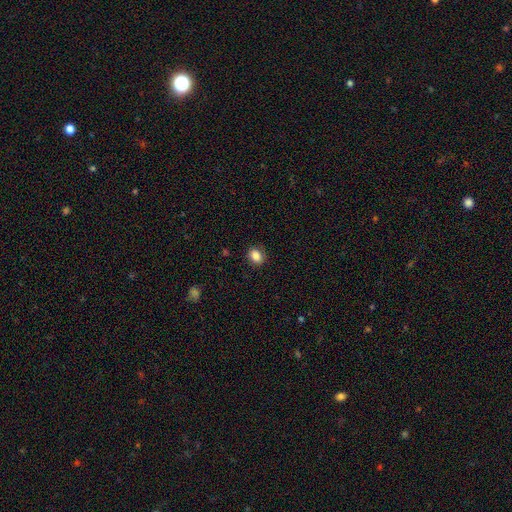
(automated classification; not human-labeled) A smooth galaxy with no disk features (85%) that is in between round and cigar-shaped (58%). Merging: none (87%).